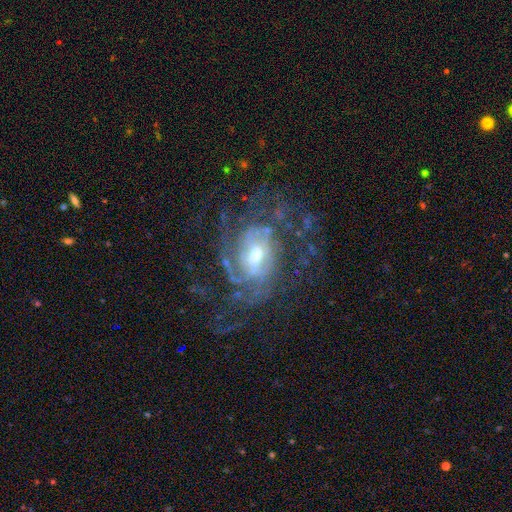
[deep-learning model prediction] Smooth or featured? Predicted: featured or disk (p=0.86). Edge-on disk? Predicted: no (p=0.96). Bar? Predicted: weak (p=0.44). Spiral arms? Predicted: yes (p=0.92). Spiral winding? Predicted: tight (p=0.49). Spiral arm count? Predicted: can't tell (p=0.36). Bulge size? Predicted: moderate (p=0.60). Merging? Predicted: none (p=0.60).